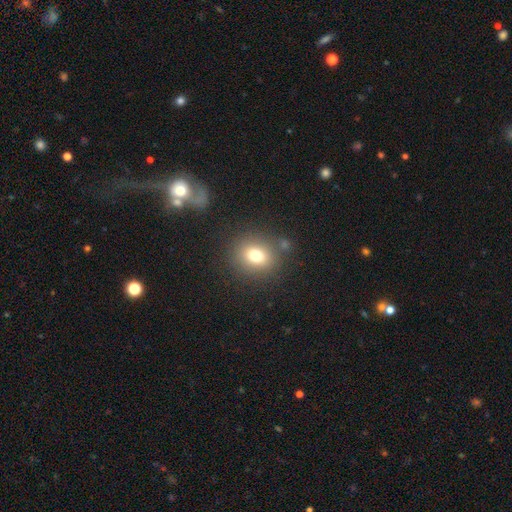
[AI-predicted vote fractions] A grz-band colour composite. It shows a smooth galaxy with no disk features (75%) that is round (70%). Merging: none (81%).